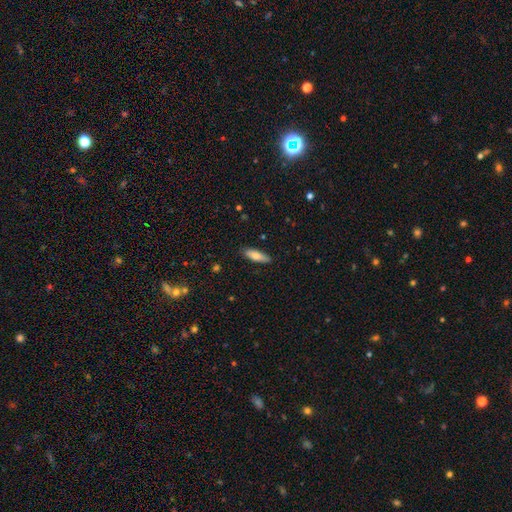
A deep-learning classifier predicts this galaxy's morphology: smooth 76%, featured or disk 18%, star or artifact 7%. Down the decision tree: how rounded — in between (53%); merging — none (88%).